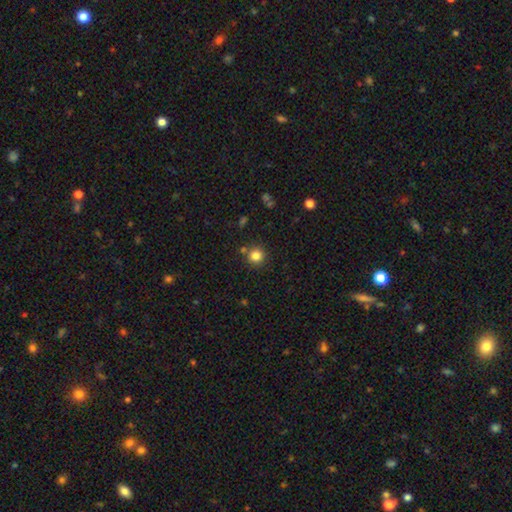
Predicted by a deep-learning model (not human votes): A smooth galaxy with no disk features (83%) that is round (94%).

Vote fractions:
- Smooth or featured? smooth: 83% / star or artifact: 12% / featured or disk: 5%
- How rounded? round: 94% / in between: 5% / cigar-shaped: 1%
- Merging? none: 82% / merger: 8% / minor disturbance: 7% / major disturbance: 3%